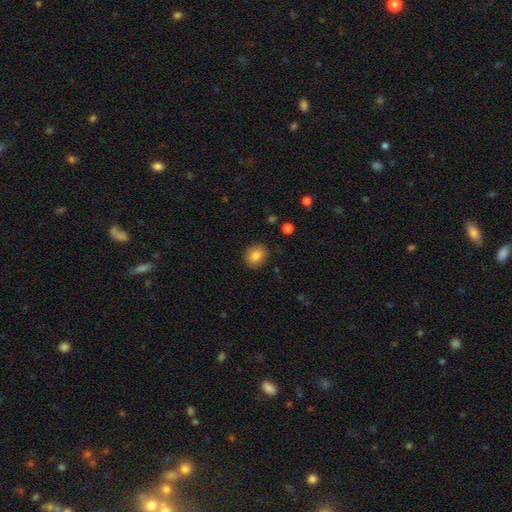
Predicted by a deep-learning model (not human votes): smooth_or_featured: smooth (p=0.83) [alt: star or artifact p=0.09]
how_rounded: round (p=0.65) [alt: in between p=0.34]
merging: none (p=0.89) [alt: minor disturbance p=0.08]